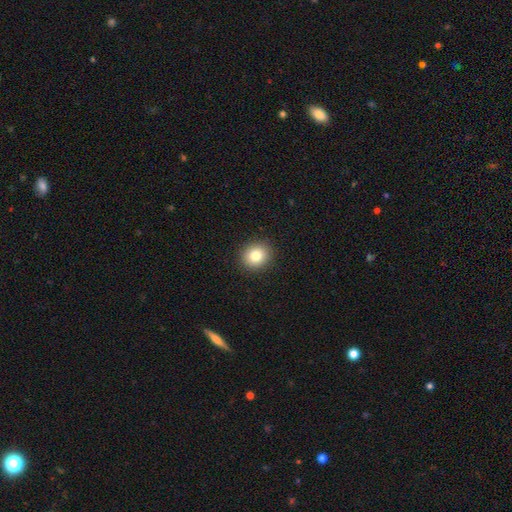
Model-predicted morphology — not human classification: Smooth or featured: smooth — 82% (star or artifact — 10%)
How rounded: round — 77% (in between — 22%)
Merging: none — 91% (minor disturbance — 6%)